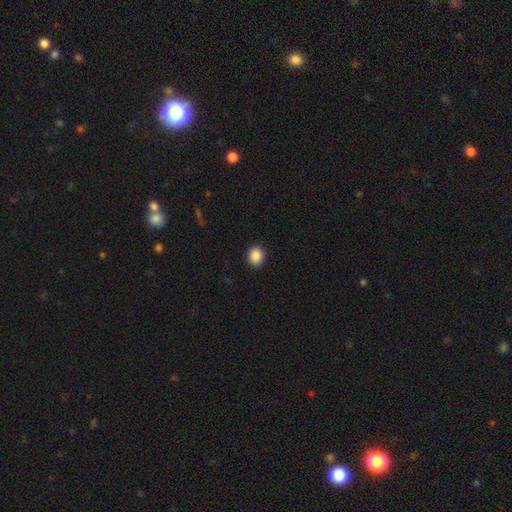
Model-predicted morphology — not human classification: smooth-or-featured: smooth: 89% | star or artifact: 9% | featured or disk: 3%
  how-rounded: round: 75% | in between: 25% | cigar-shaped: 1%
  merging: none: 91% | minor disturbance: 6% | major disturbance: 2% | merger: 1%